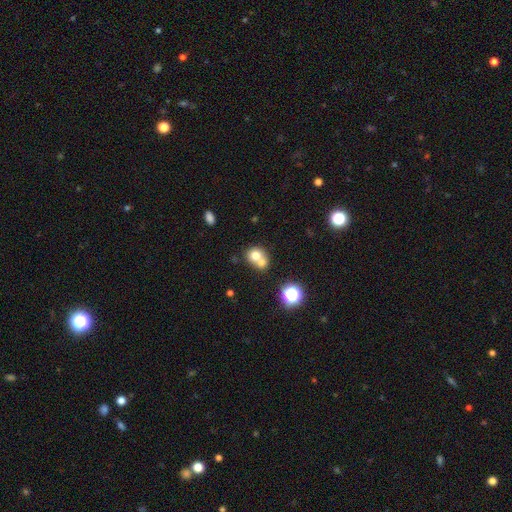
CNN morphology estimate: A smooth galaxy with no disk features (71%) that is round (72%). Merging: merger (60%).